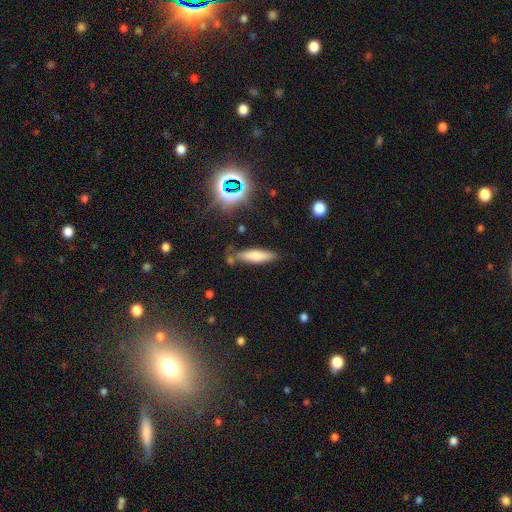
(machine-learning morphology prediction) Smooth or featured? Predicted: smooth (p=0.72). How rounded? Predicted: cigar-shaped (p=0.68). Merging? Predicted: none (p=0.74).